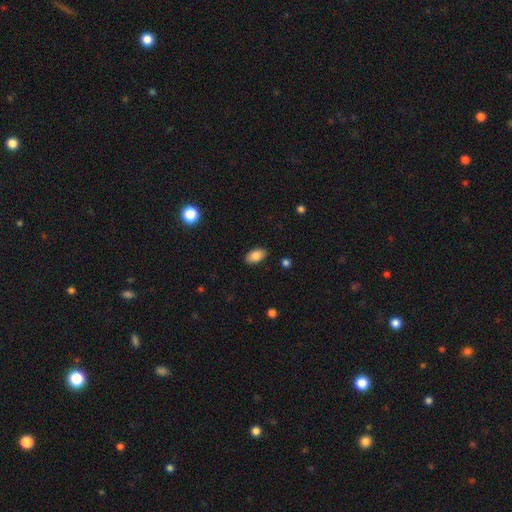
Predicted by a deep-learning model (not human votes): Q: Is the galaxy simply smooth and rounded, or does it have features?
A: smooth — 84%.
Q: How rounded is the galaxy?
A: in between — 94%.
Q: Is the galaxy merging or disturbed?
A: none — 88%.